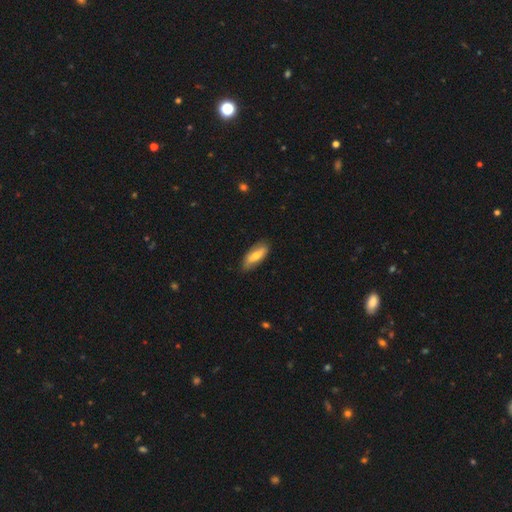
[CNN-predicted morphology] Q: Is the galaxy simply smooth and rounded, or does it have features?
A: smooth — 61%.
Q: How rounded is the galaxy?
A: in between — 72%.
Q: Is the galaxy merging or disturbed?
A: none — 79%.